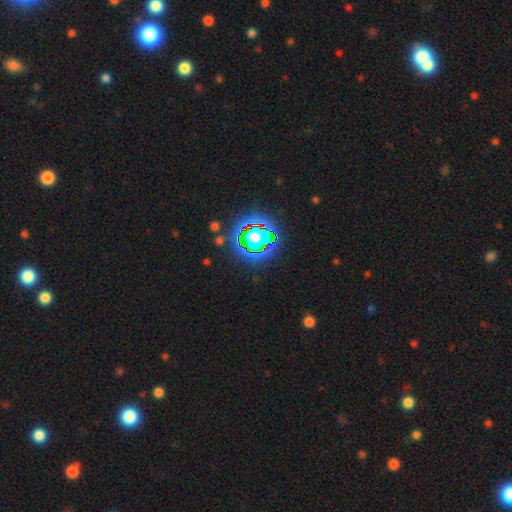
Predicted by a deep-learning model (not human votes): Smooth or featured: star or artifact — 83% (smooth — 11%)